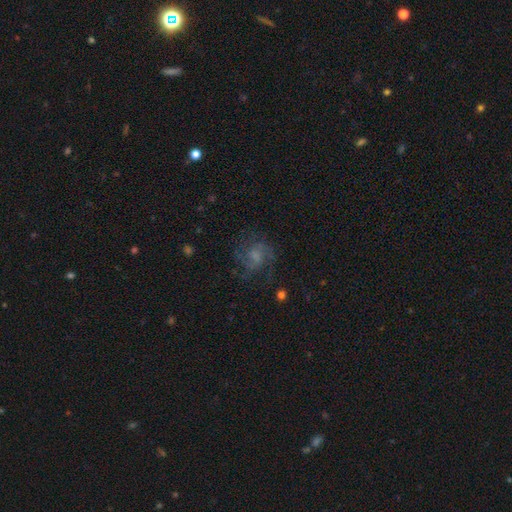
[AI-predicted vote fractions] A featured or disk galaxy (60%) with no bar (60%), spiral arms (85%) and no central bulge (33%). Merging: none (63%).